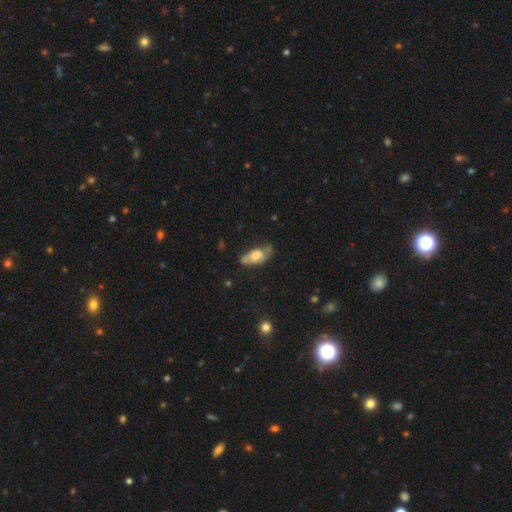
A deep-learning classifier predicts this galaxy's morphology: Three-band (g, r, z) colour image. It shows a smooth galaxy with no disk features (60%) that is in between round and cigar-shaped (82%). Merging: none (43%).